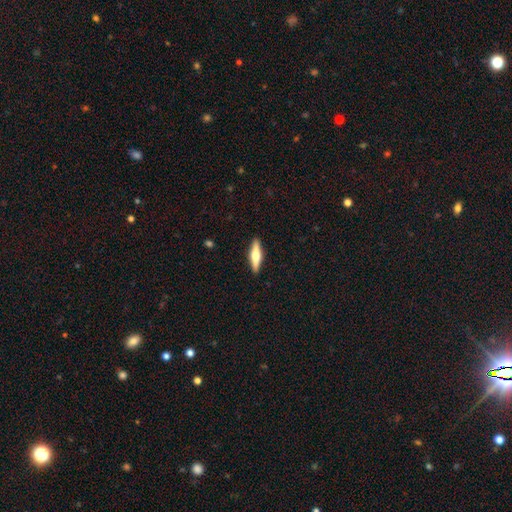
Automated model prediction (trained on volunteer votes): featured or disk 53%, smooth 42%, star or artifact 5%. Down the decision tree: edge-on disk — yes (96%); edge-on bulge — rounded (93%); merging — none (91%).